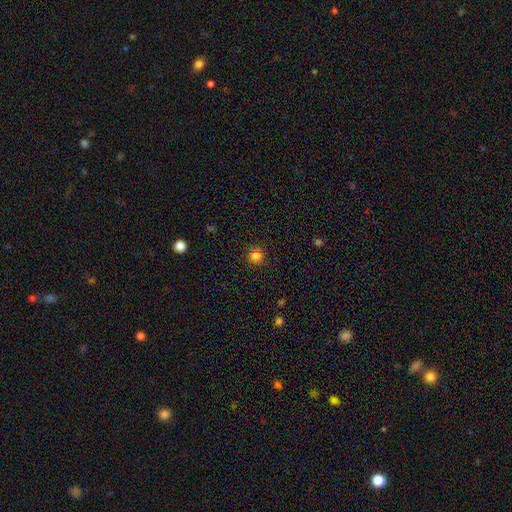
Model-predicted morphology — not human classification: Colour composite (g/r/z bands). It shows a smooth galaxy with no disk features (81%) that is round (92%). Merging: none (85%).